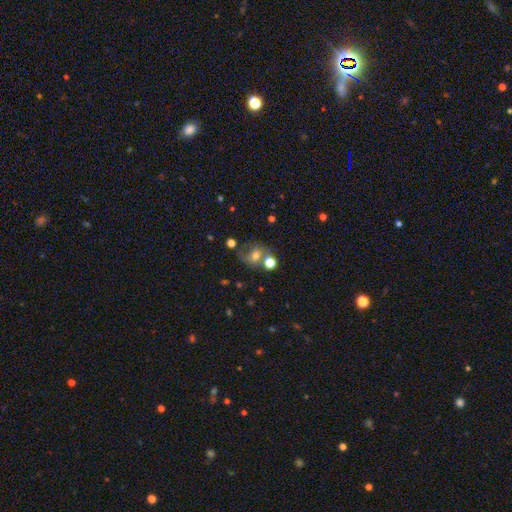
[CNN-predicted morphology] Smooth or featured: smooth — 53% (featured or disk — 30%)
How rounded: round — 68% (in between — 31%)
Merging: none — 50% (merger — 20%)